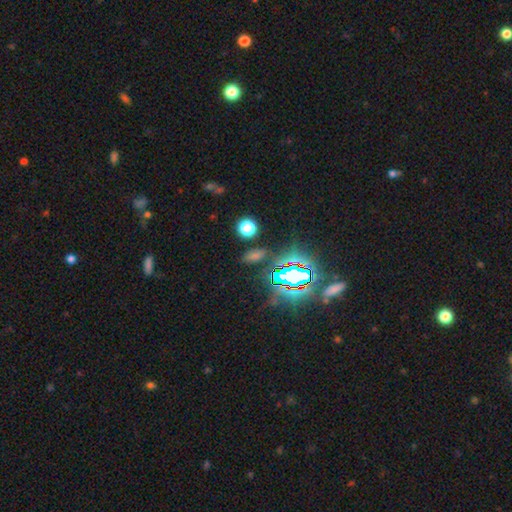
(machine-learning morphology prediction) Q: Smooth or featured?
A: star or artifact (56%); runner-up: smooth (34%)